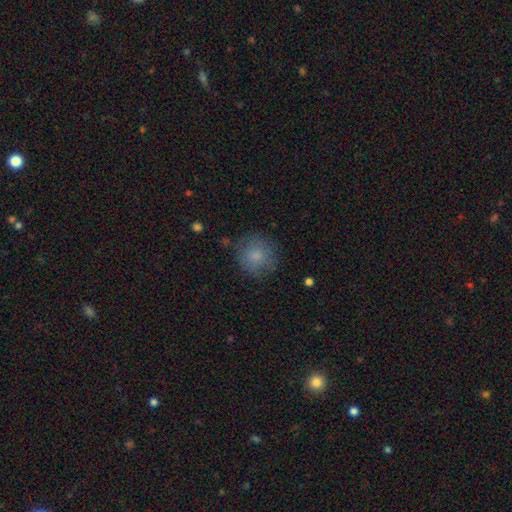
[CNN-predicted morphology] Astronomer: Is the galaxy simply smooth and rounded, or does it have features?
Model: smooth — 82%.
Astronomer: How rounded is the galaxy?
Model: round — 91%.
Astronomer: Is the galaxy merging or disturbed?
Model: none — 78%.